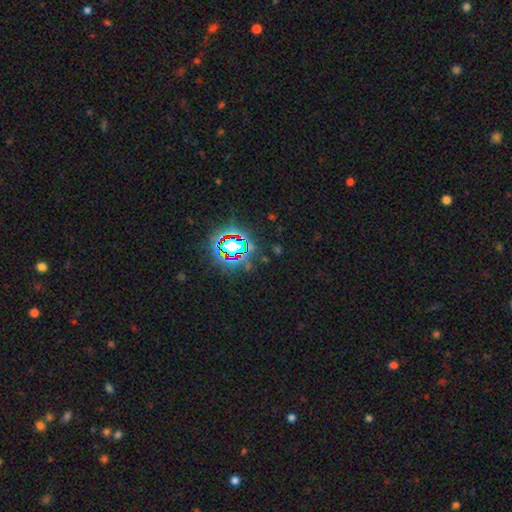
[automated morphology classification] Q: Smooth or featured?
A: star or artifact (80%); runner-up: smooth (11%)